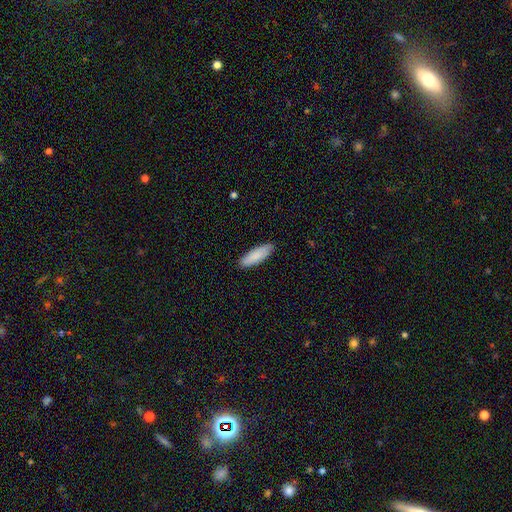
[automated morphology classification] Smooth or featured? smooth (88%)
How rounded? in between (55%)
Merging? none (88%)